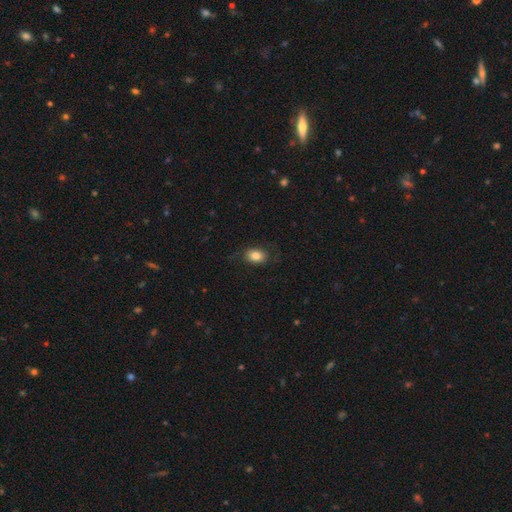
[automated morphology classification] Q: Smooth or featured?
A: smooth (82%); runner-up: featured or disk (10%)
Q: How rounded?
A: in between (78%); runner-up: round (21%)
Q: Merging?
A: none (75%); runner-up: minor disturbance (16%)